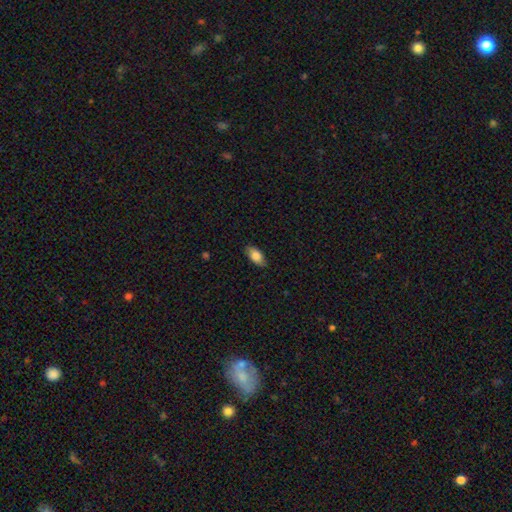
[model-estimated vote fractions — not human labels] This appears to be a smooth galaxy with no disk features (83%) that is in between round and cigar-shaped (90%). Merging: none (84%).